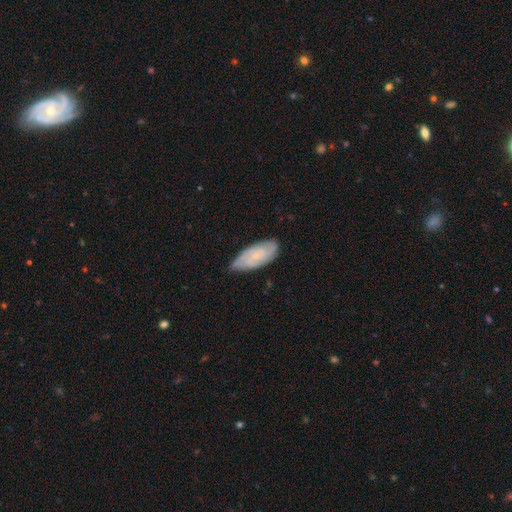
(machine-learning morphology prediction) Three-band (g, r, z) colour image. It shows a featured or disk galaxy (54%) with no bar (74%), spiral arms (84%) and a small central bulge (71%). Merging: none (67%).